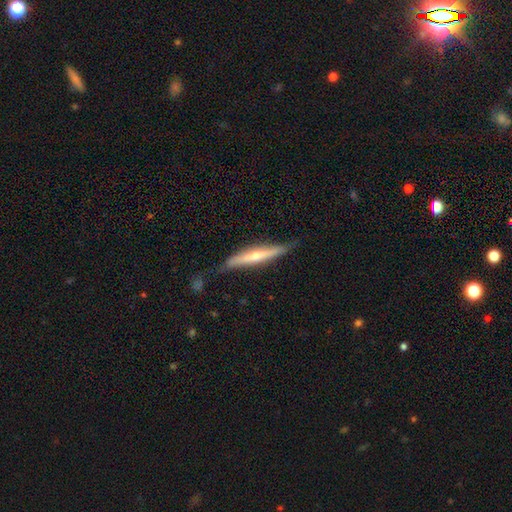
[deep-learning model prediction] A featured or disk galaxy (60%) viewed edge-on (91%) with a rounded central bulge (70%). Merging: none (73%).